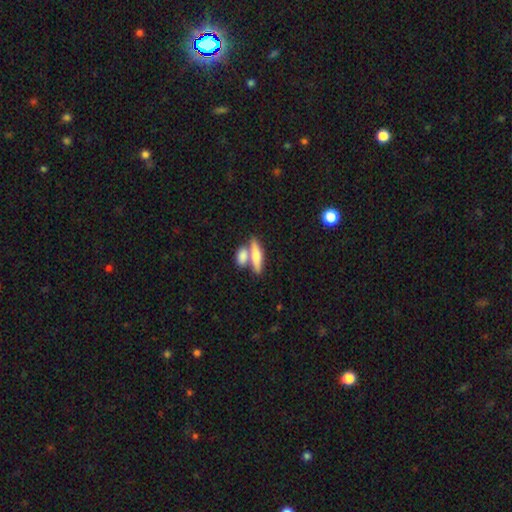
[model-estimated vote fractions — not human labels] This appears to be a smooth galaxy with no disk features (66%) that is cigar-shaped (51%). Merging: none (46%).